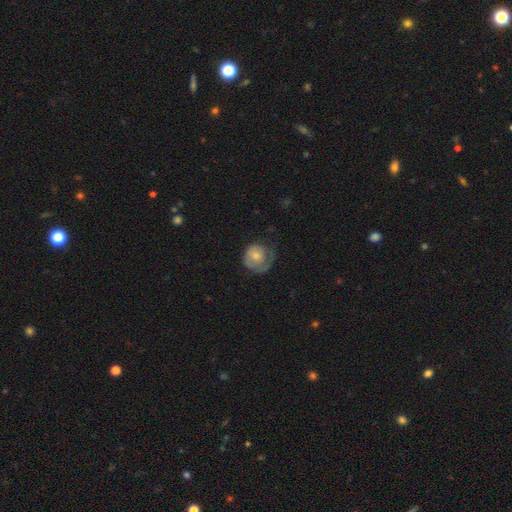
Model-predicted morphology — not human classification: Smooth or featured? smooth (54%)
How rounded? round (82%)
Merging? none (45%)